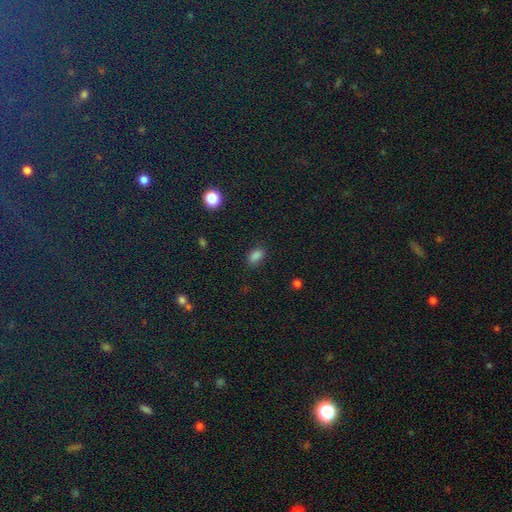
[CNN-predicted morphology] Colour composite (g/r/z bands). It shows a smooth galaxy with no disk features (82%) that is in between round and cigar-shaped (83%). Merging: none (80%).